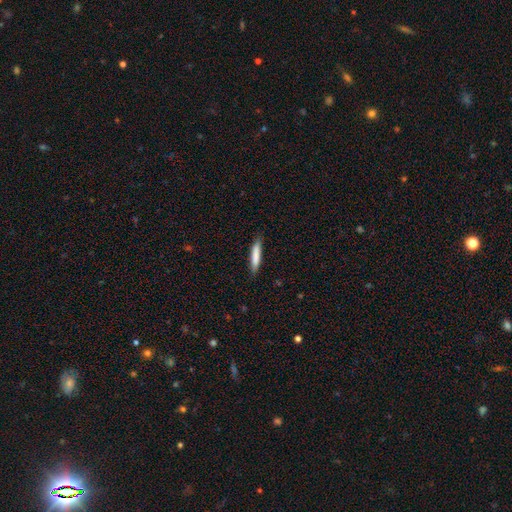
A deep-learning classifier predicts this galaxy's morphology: type=smooth (80%); roundness=cigar-shaped (90%); merging=none (85%).